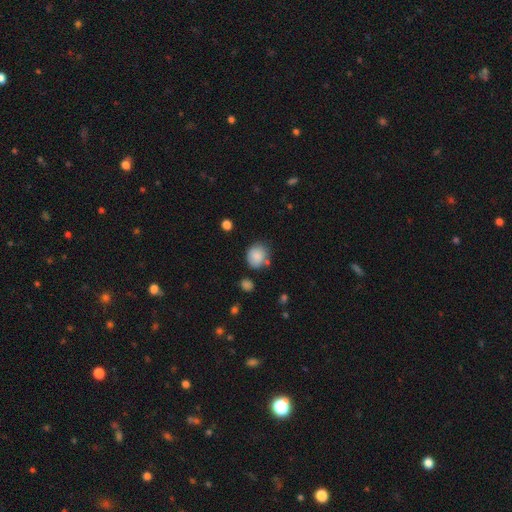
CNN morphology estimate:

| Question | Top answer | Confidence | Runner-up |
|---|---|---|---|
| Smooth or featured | smooth | 86% | star or artifact (8%) |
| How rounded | round | 71% | in between (28%) |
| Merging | none | 66% | minor disturbance (20%) |